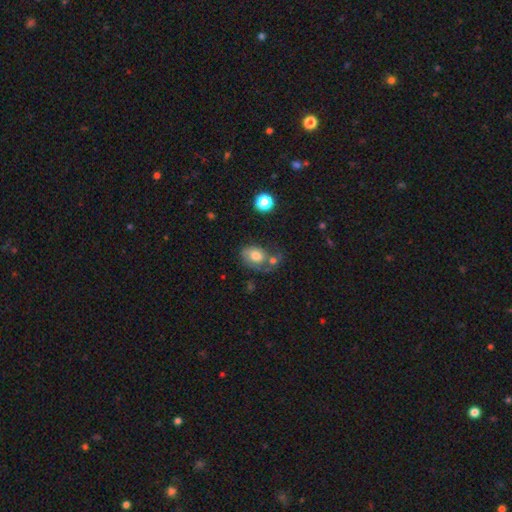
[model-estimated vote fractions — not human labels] Morphology: type=smooth (61%); roundness=in between (69%); merging=none (31%).